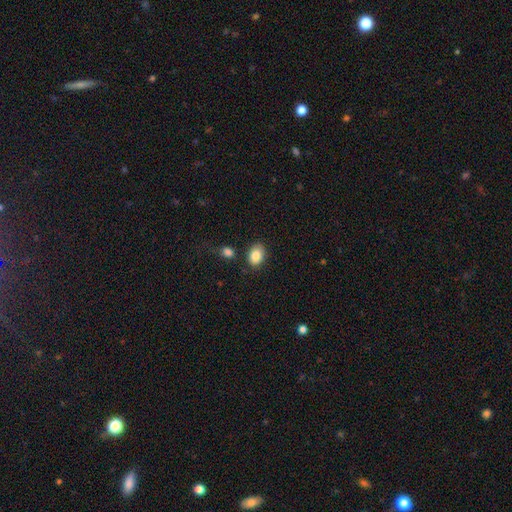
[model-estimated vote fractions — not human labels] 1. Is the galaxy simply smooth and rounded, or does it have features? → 86% smooth, 8% star or artifact, 7% featured or disk.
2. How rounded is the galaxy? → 74% in between, 25% round, 1% cigar-shaped.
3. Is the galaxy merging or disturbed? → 80% none, 12% minor disturbance, 5% merger, 3% major disturbance.